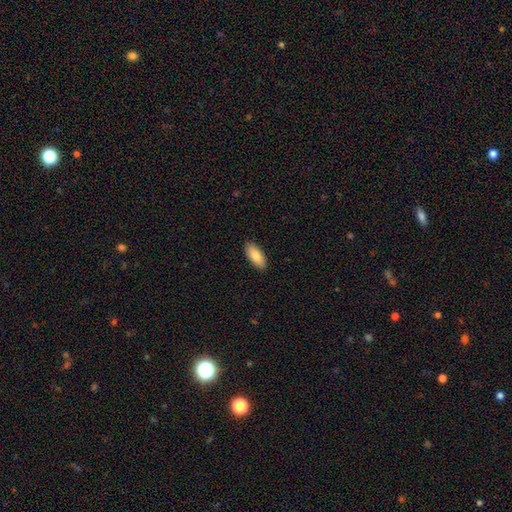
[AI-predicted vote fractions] A smooth galaxy with no disk features (84%) that is in between round and cigar-shaped (85%).

Vote fractions:
- Smooth or featured? smooth: 84% / featured or disk: 10% / star or artifact: 6%
- How rounded? in between: 85% / cigar-shaped: 13% / round: 2%
- Merging? none: 90% / minor disturbance: 8% / major disturbance: 2% / merger: 1%